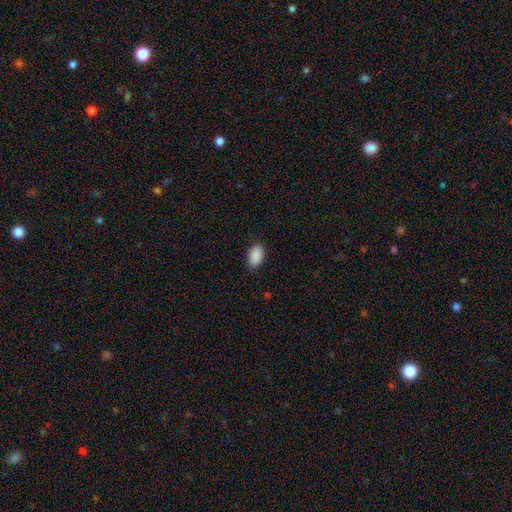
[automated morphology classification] A smooth galaxy with no disk features (91%) that is in between round and cigar-shaped (93%).

Vote fractions:
- Smooth or featured? smooth: 91% / star or artifact: 7% / featured or disk: 3%
- How rounded? in between: 93% / round: 5% / cigar-shaped: 2%
- Merging? none: 87% / minor disturbance: 10% / major disturbance: 2% / merger: 1%